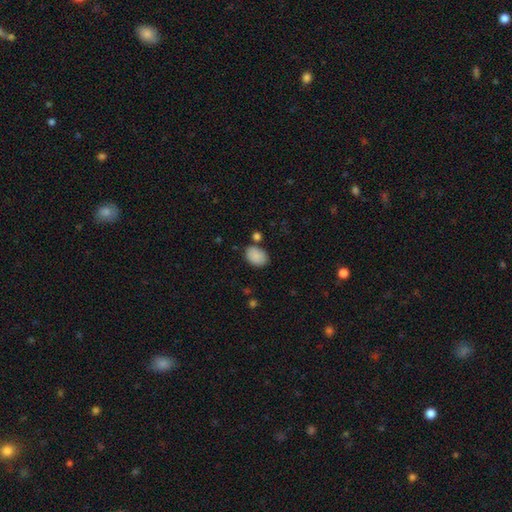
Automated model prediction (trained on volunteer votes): This is clearly a smooth galaxy (88%). How rounded: clearly in between (80%). Merging: likely none (72%).